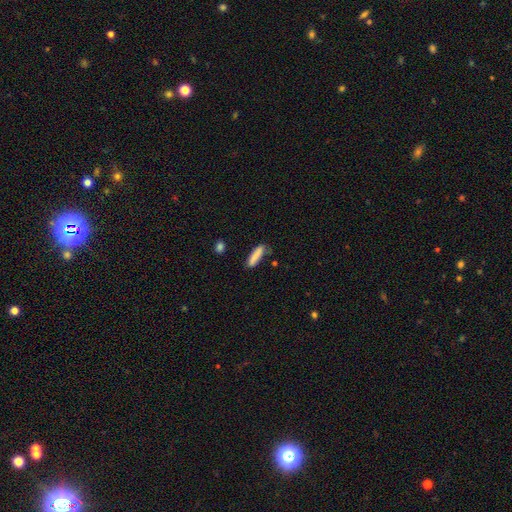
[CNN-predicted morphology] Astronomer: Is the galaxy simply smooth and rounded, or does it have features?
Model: smooth — 84%.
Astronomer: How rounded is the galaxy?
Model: cigar-shaped — 79%.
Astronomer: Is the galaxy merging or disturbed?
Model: none — 74%.